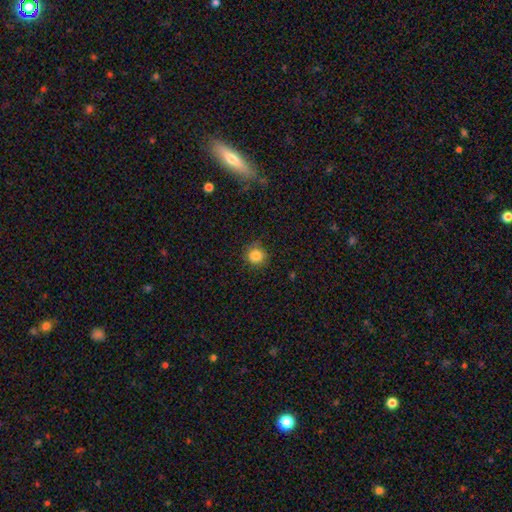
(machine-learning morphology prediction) Smooth or featured?
  - smooth: 84% *
  - star or artifact: 11%
  - featured or disk: 5%
How rounded?
  - round: 89% *
  - in between: 10%
  - cigar-shaped: 1%
Merging?
  - none: 81% *
  - minor disturbance: 14%
  - major disturbance: 3%
  - merger: 1%